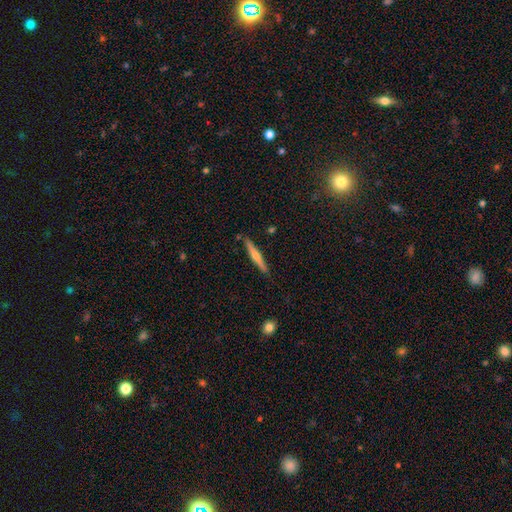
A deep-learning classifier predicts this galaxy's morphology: The model was most divided on "smooth or featured": featured or disk: 56%, smooth: 38%, star or artifact: 6%. More confident: edge-on disk — yes (97%); merging — none (88%); edge-on bulge — rounded (78%).